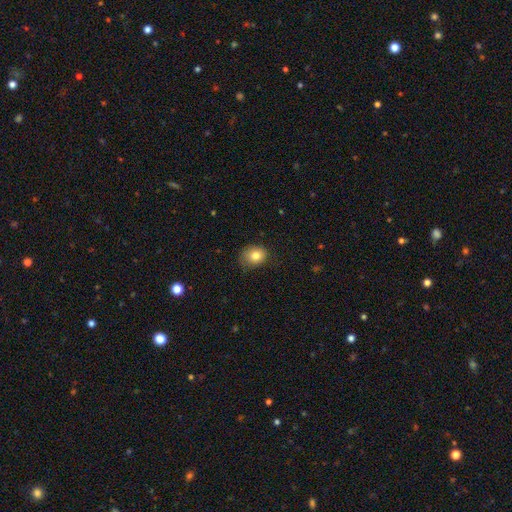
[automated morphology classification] Smooth or featured? Predicted: smooth (p=0.82). How rounded? Predicted: round (p=0.54). Merging? Predicted: none (p=0.74).